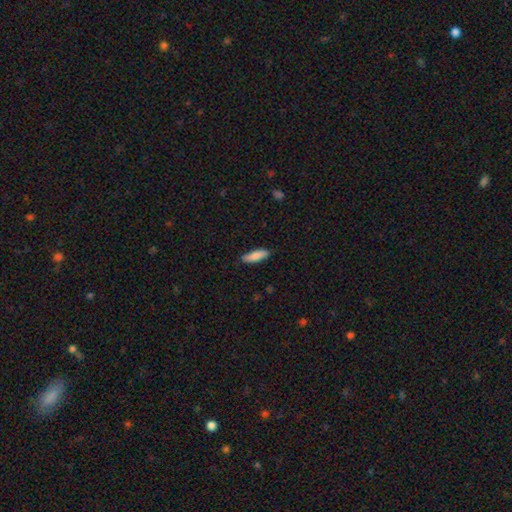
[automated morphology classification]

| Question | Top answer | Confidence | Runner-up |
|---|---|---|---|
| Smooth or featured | smooth | 85% | featured or disk (9%) |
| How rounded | cigar-shaped | 50% | in between (49%) |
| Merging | none | 86% | minor disturbance (11%) |